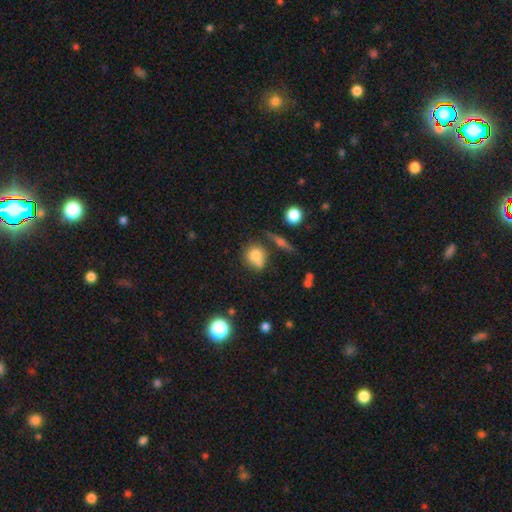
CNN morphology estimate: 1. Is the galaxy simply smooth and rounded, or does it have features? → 76% smooth, 13% featured or disk, 11% star or artifact.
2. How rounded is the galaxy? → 77% round, 22% in between, 2% cigar-shaped.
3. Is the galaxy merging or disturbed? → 52% none, 26% merger, 15% minor disturbance, 6% major disturbance.